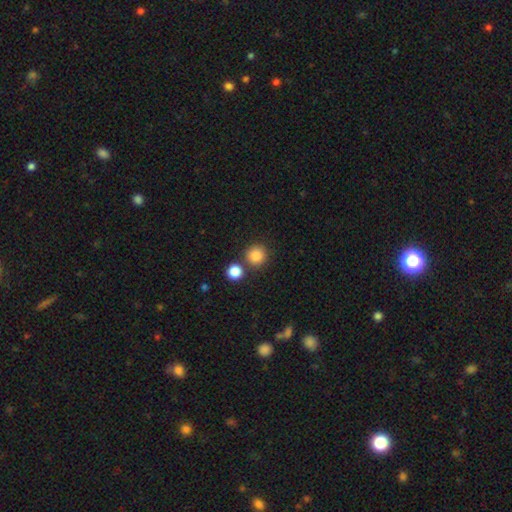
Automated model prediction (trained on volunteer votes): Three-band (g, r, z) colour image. It shows a smooth galaxy with no disk features (85%) that is round (92%). Merging: none (77%).